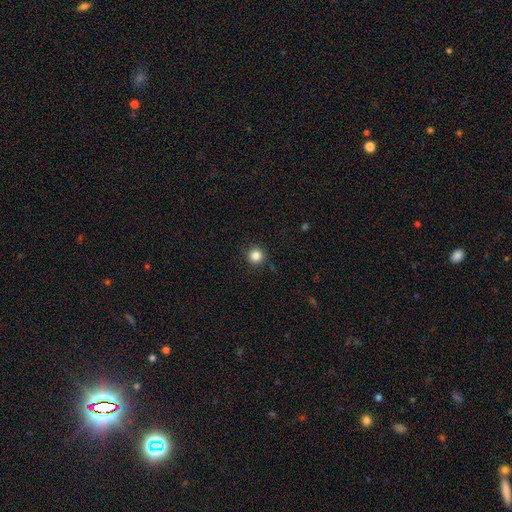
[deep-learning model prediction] Q: Smooth or featured?
A: smooth (84%); runner-up: star or artifact (12%)
Q: How rounded?
A: round (96%); runner-up: in between (3%)
Q: Merging?
A: none (91%); runner-up: minor disturbance (6%)